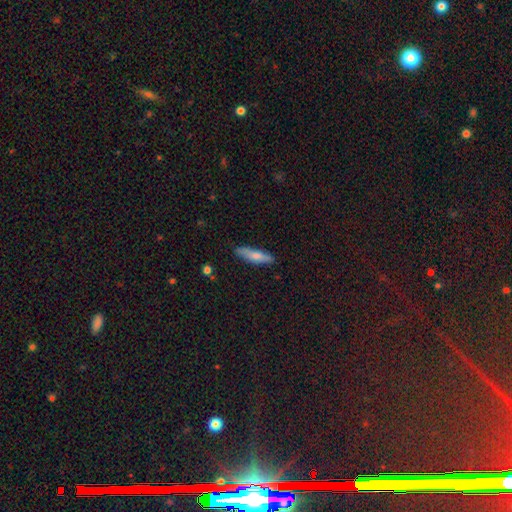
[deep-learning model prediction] This appears to be a smooth galaxy with no disk features (68%) that is cigar-shaped (72%). Merging: none (82%).